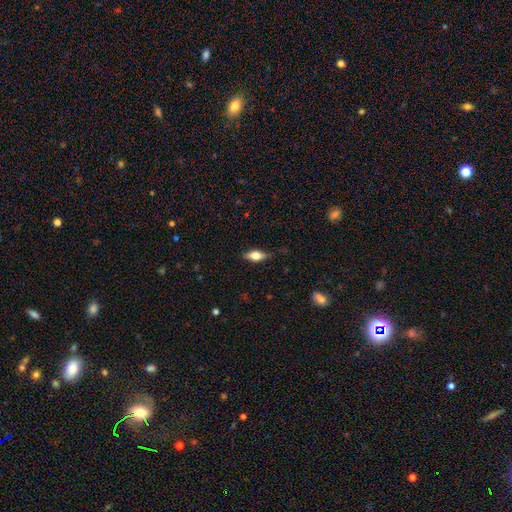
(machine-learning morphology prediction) Smooth or featured?
  - smooth: 58% *
  - featured or disk: 34%
  - star or artifact: 7%
How rounded?
  - in between: 75% *
  - cigar-shaped: 21%
  - round: 5%
Merging?
  - none: 77% *
  - minor disturbance: 18%
  - major disturbance: 4%
  - merger: 1%